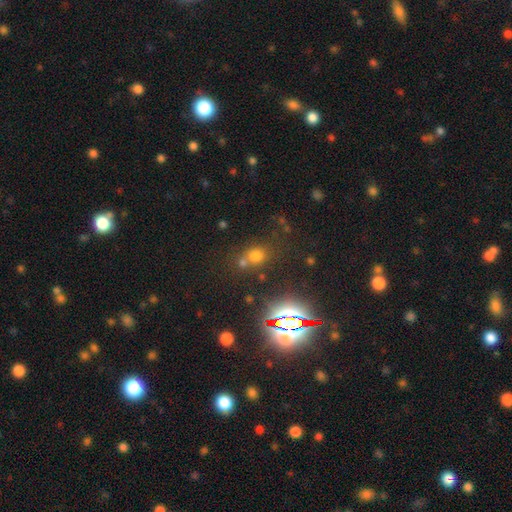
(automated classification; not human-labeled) This is likely a smooth galaxy (63%). How rounded: likely round (66%). Merging: possibly none (53%).